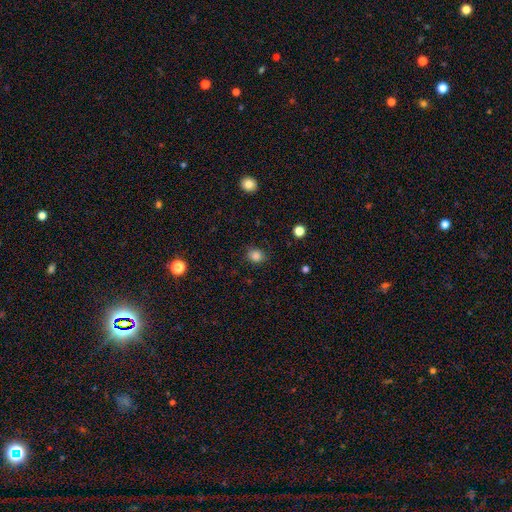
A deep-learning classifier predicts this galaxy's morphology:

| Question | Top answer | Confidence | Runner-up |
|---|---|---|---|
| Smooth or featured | smooth | 84% | star or artifact (12%) |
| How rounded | round | 75% | in between (24%) |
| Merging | none | 83% | minor disturbance (12%) |